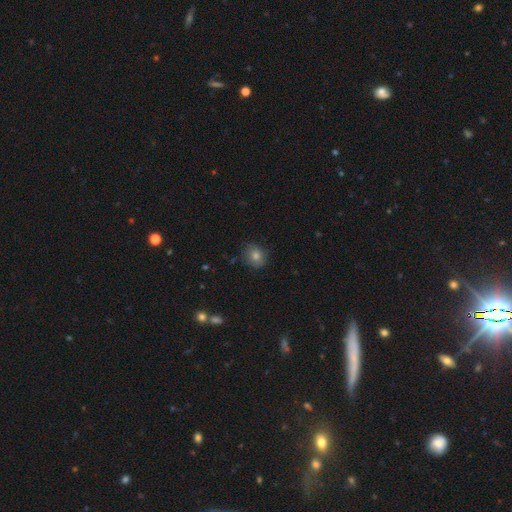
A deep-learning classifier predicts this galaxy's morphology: Smooth or featured? Predicted: smooth (p=0.72). How rounded? Predicted: round (p=0.70). Merging? Predicted: none (p=0.78).